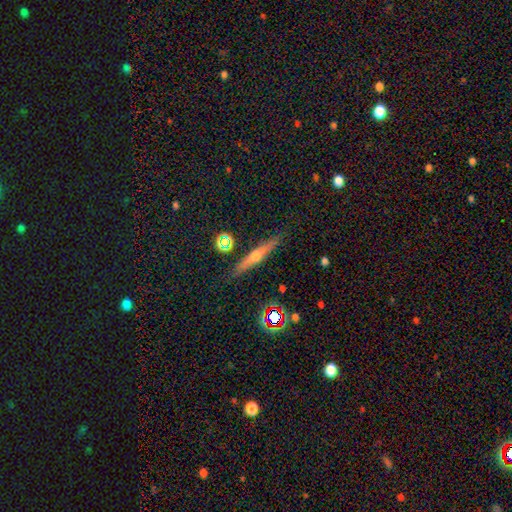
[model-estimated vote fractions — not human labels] featured or disk 61%, smooth 29%, star or artifact 11%. Down the decision tree: edge-on disk — yes (95%); edge-on bulge — rounded (88%); merging — none (87%).